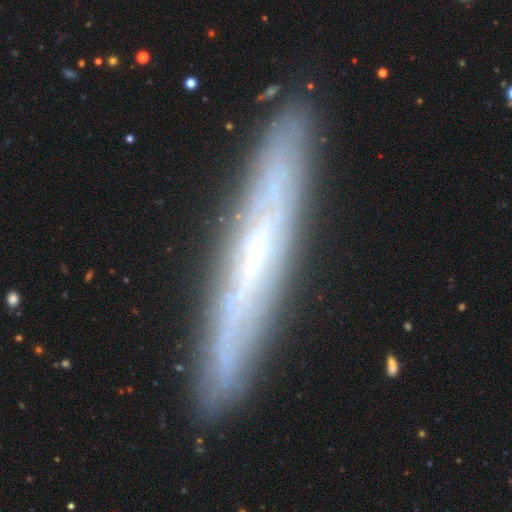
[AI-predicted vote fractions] Morphology: type=featured or disk (66%); edge-on=yes (79%); edge-on bulge=none (71%); merging=none (86%).